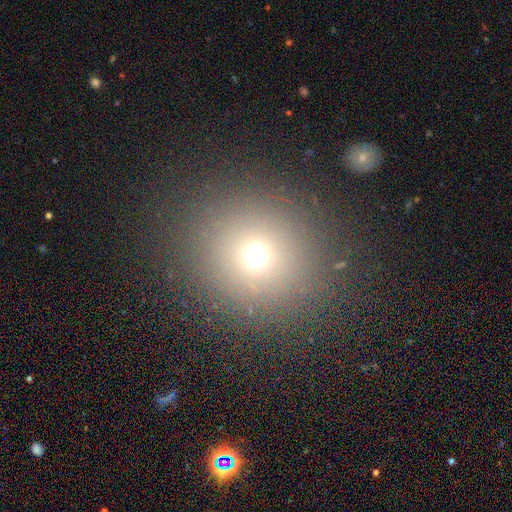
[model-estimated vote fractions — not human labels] A smooth galaxy with no disk features (65%) that is round (89%). Merging: none (86%).